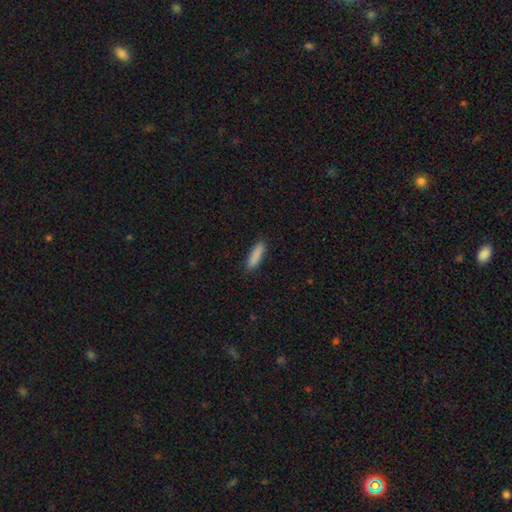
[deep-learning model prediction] Q: Smooth or featured?
A: smooth (87%); runner-up: star or artifact (7%)
Q: How rounded?
A: cigar-shaped (69%); runner-up: in between (30%)
Q: Merging?
A: none (87%); runner-up: minor disturbance (10%)